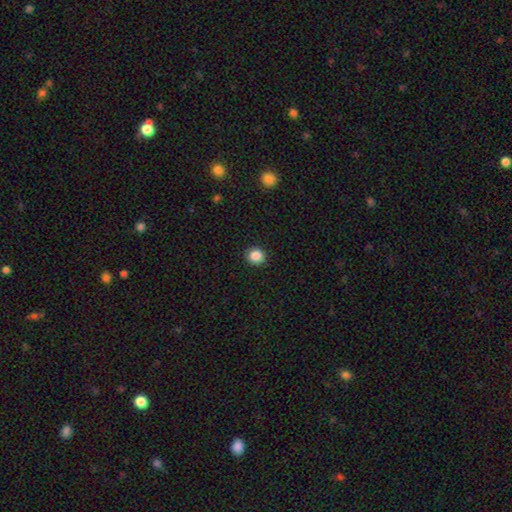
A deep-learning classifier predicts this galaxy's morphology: This appears to be a smooth galaxy with no disk features (87%) that is round (87%). Merging: none (92%).